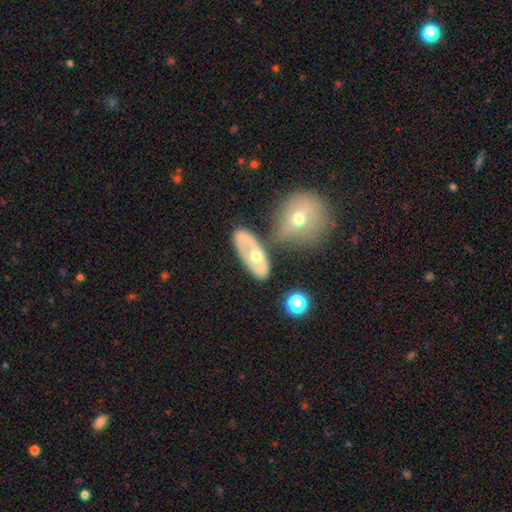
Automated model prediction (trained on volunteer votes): This appears to be a featured or disk galaxy (58%). Merging: none (62%).